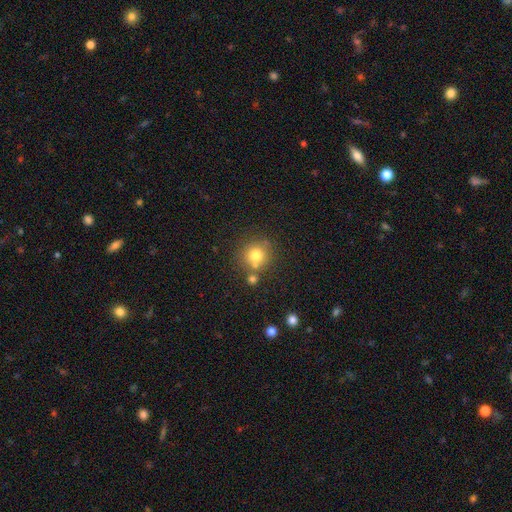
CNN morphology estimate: type=smooth (75%); roundness=round (91%); merging=none (68%).